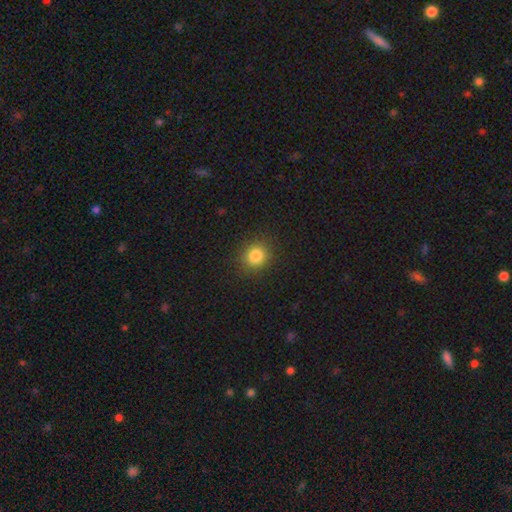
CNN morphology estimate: This appears to be a smooth galaxy with no disk features (83%) that is round (83%). Merging: none (89%).